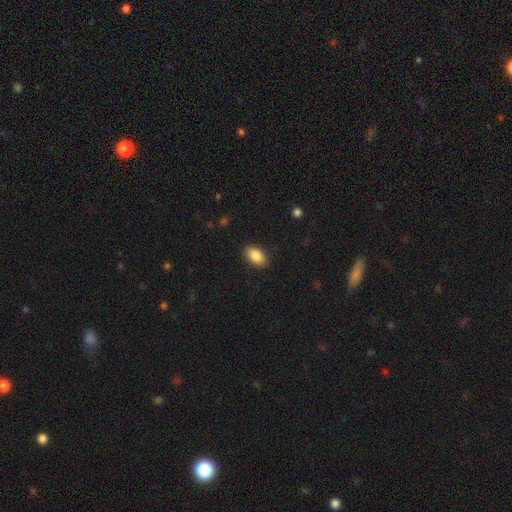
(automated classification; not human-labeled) This is clearly a smooth galaxy (87%). How rounded: clearly in between (91%). Merging: clearly none (89%).